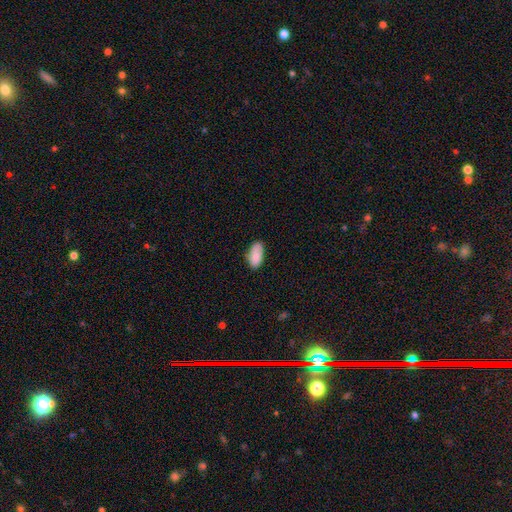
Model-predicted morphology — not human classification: The model was most divided on "merging": none: 74%, minor disturbance: 20%, major disturbance: 3%, merger: 2%. More confident: how rounded — in between (93%); smooth or featured — smooth (86%).